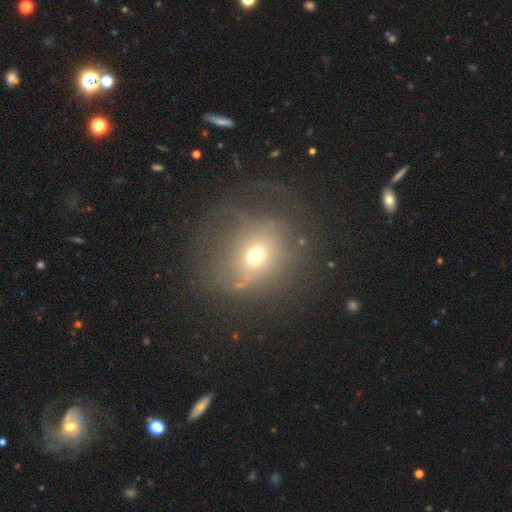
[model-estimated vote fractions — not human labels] Smooth or featured? smooth (59%)
How rounded? round (77%)
Merging? none (48%)